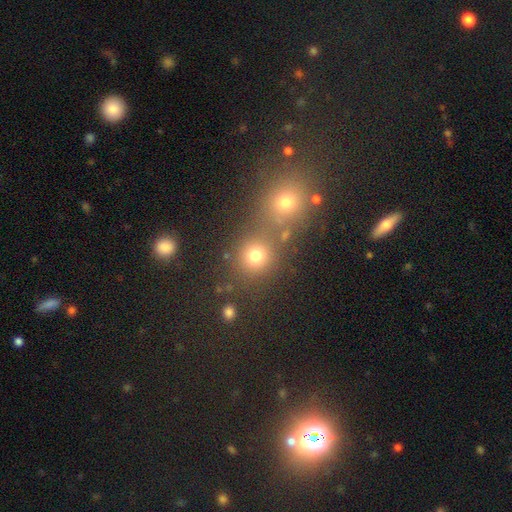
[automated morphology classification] Smooth or featured? smooth (76%)
How rounded? round (84%)
Merging? none (56%)